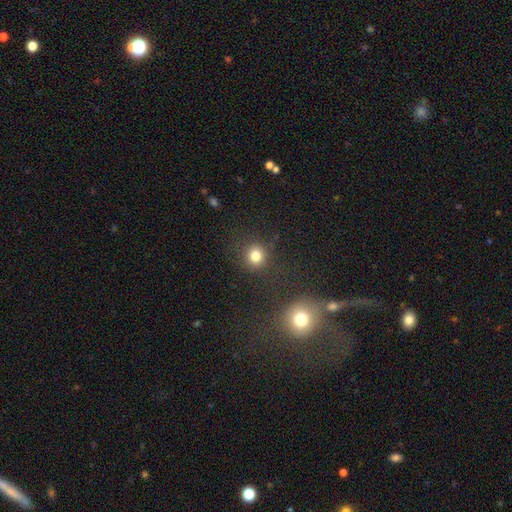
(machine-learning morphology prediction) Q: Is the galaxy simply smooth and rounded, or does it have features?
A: smooth — 80%.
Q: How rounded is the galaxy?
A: round — 88%.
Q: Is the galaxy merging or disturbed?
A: none — 82%.